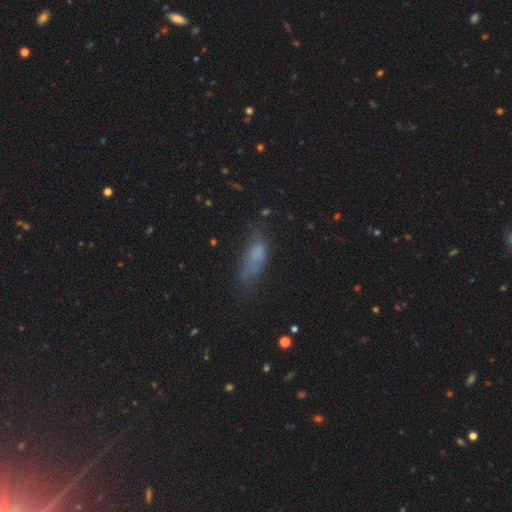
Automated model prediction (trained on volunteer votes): The model was most divided on "merging": none: 38%, minor disturbance: 31%, major disturbance: 27%, merger: 5%. More confident: how rounded — in between (68%); smooth or featured — smooth (64%).